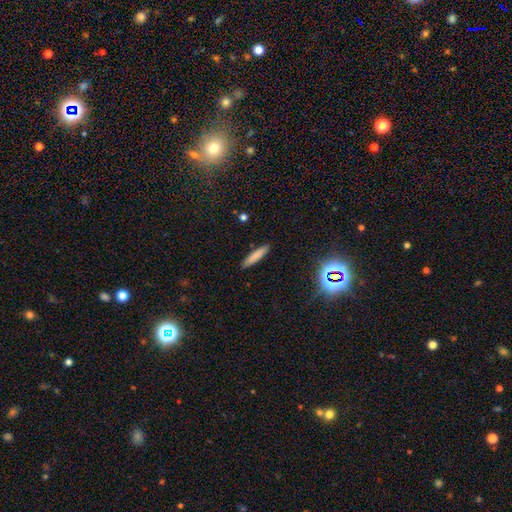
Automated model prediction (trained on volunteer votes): The model was most divided on "smooth or featured": smooth: 80%, featured or disk: 11%, star or artifact: 9%. More confident: merging — none (90%); how rounded — cigar-shaped (87%).